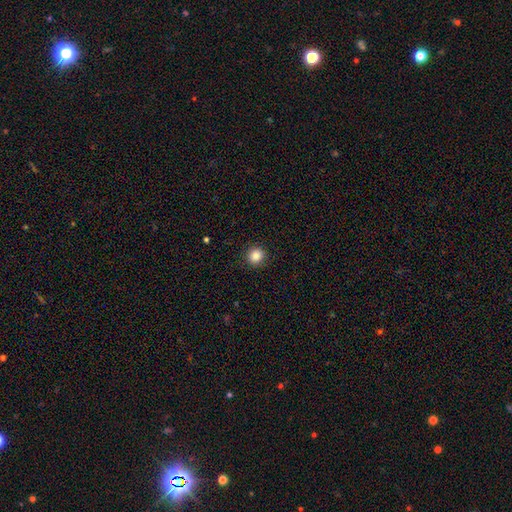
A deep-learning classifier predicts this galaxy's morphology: smooth_or_featured: smooth (p=0.85) [alt: star or artifact p=0.10]
how_rounded: round (p=0.92) [alt: in between p=0.07]
merging: none (p=0.91) [alt: minor disturbance p=0.06]